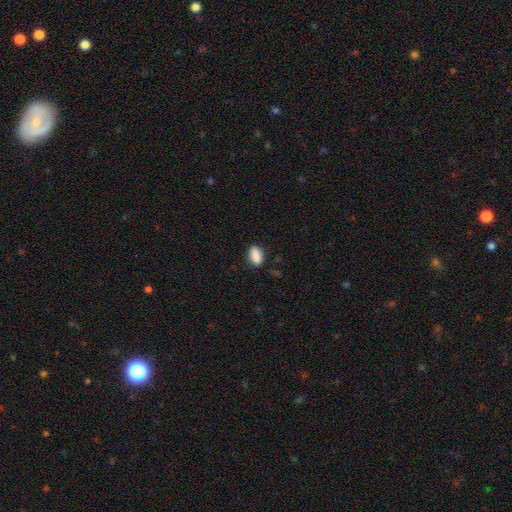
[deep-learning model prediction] The model was most divided on "merging": none: 83%, minor disturbance: 13%, major disturbance: 3%, merger: 1%. More confident: smooth or featured — smooth (88%); how rounded — in between (87%).